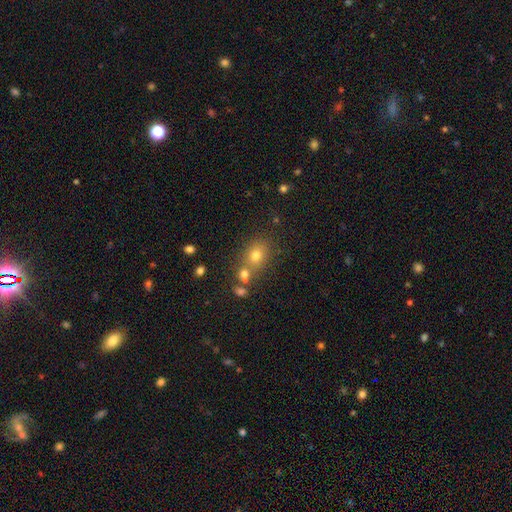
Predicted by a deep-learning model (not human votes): Smooth or featured? smooth (70%)
How rounded? round (57%)
Merging? none (60%)